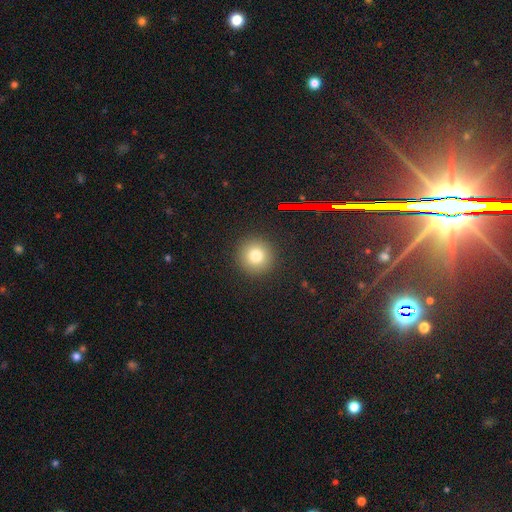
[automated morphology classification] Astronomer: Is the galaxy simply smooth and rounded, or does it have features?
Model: smooth — 78%.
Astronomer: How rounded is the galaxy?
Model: round — 95%.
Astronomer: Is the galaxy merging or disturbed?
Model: none — 92%.